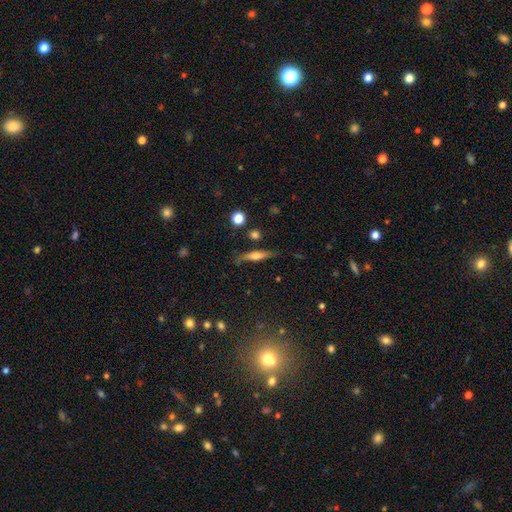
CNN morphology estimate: Overall: featured or disk (48%; smooth 44%). Merging: none (75%).